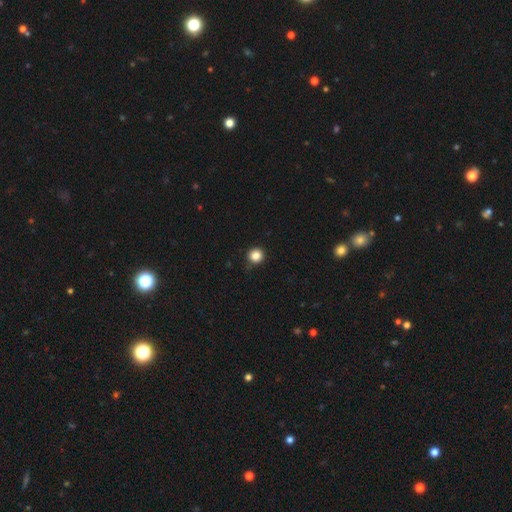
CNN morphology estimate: Smooth or featured: smooth — 85% (star or artifact — 12%)
How rounded: round — 94% (in between — 5%)
Merging: none — 89% (minor disturbance — 8%)